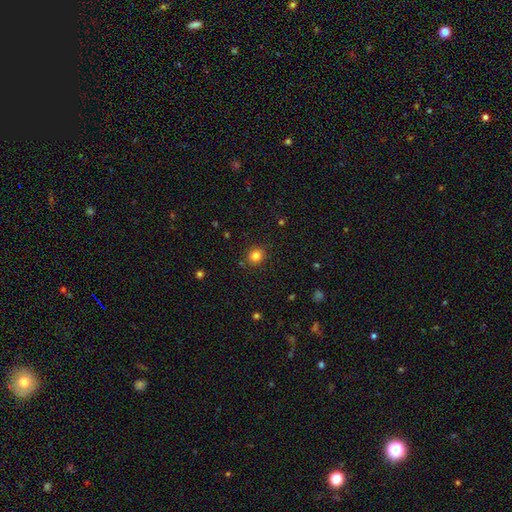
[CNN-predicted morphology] Smooth or featured? smooth (81%)
How rounded? round (81%)
Merging? none (88%)